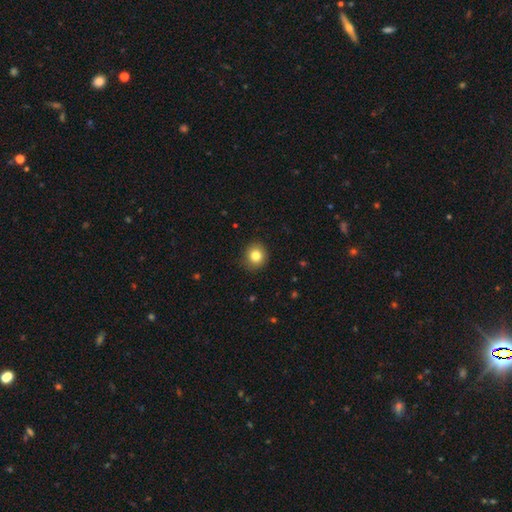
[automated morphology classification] Smooth or featured: smooth — 83% (star or artifact — 10%)
How rounded: round — 86% (in between — 14%)
Merging: none — 88% (minor disturbance — 9%)